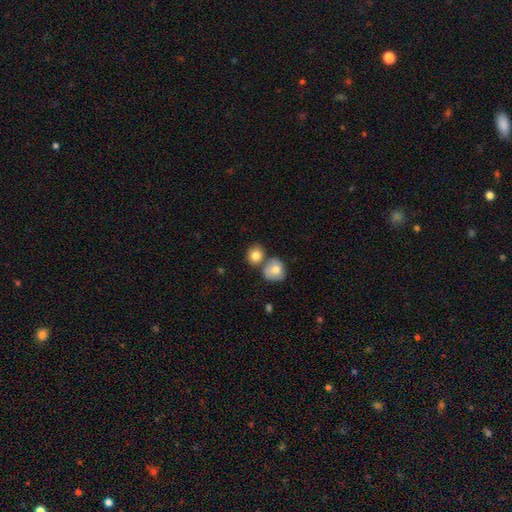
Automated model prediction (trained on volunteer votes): This is clearly a smooth galaxy (81%). How rounded: likely round (73%). Merging: possibly none (54%).